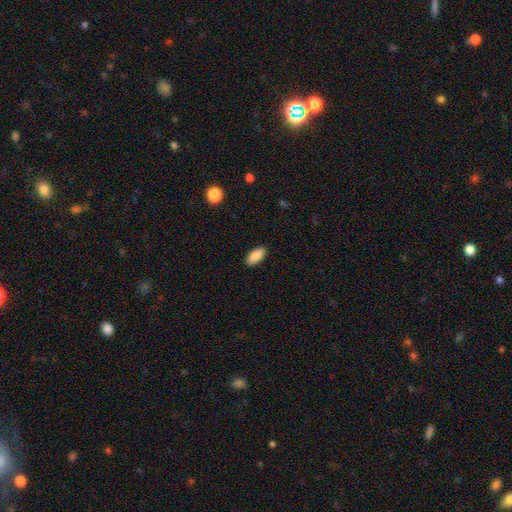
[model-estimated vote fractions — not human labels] This is clearly a smooth galaxy (89%). How rounded: clearly in between (90%). Merging: clearly none (89%).